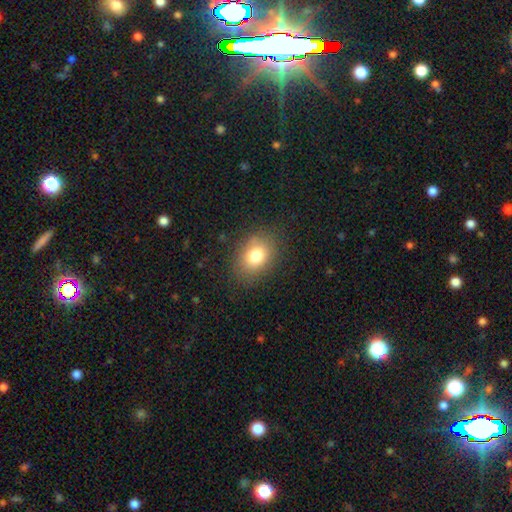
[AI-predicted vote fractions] A smooth galaxy with no disk features (78%) that is in between round and cigar-shaped (63%).

Vote fractions:
- Smooth or featured? smooth: 78% / featured or disk: 11% / star or artifact: 11%
- How rounded? in between: 63% / round: 36% / cigar-shaped: 1%
- Merging? none: 81% / minor disturbance: 13% / major disturbance: 5% / merger: 1%